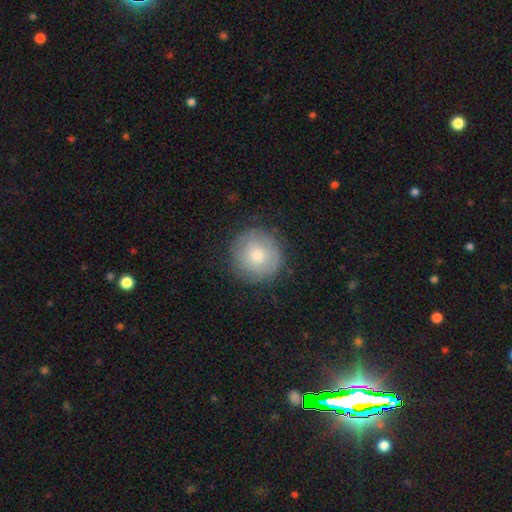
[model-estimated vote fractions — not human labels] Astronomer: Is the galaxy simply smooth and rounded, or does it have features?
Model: smooth — 66%.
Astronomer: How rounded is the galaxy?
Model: round — 95%.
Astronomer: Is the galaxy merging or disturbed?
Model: none — 84%.